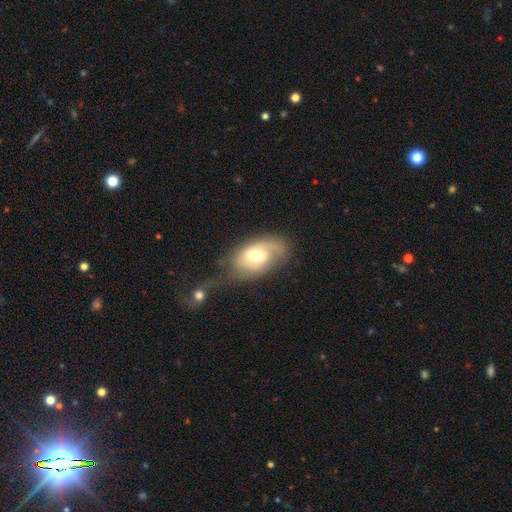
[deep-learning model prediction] smooth_or_featured: featured or disk (p=0.54) [alt: smooth p=0.40]
disk_edge_on: no (p=0.93) [alt: yes p=0.07]
bar: no (p=0.53) [alt: weak p=0.38]
has_spiral_arms: yes (p=0.73) [alt: no p=0.27]
bulge_size: moderate (p=0.69) [alt: large p=0.16]
merging: none (p=0.39) [alt: minor disturbance p=0.26]